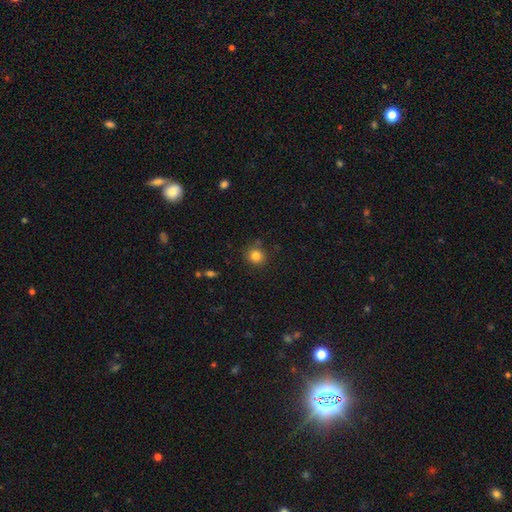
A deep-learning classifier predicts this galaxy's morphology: The model was most divided on "smooth or featured": smooth: 83%, star or artifact: 11%, featured or disk: 5%. More confident: how rounded — round (89%); merging — none (83%).